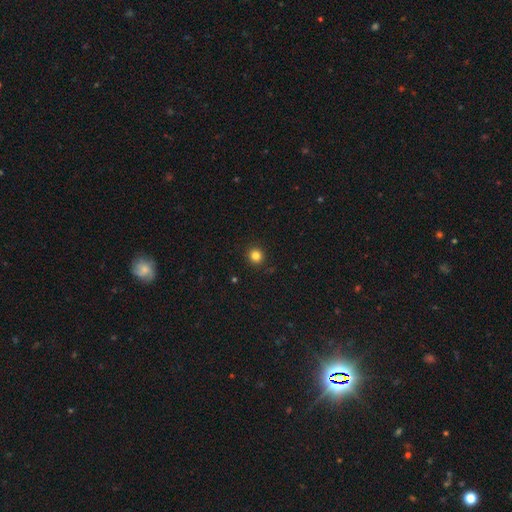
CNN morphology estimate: smooth_or_featured: smooth (p=0.83) [alt: star or artifact p=0.13]
how_rounded: round (p=0.93) [alt: in between p=0.06]
merging: none (p=0.92) [alt: minor disturbance p=0.05]